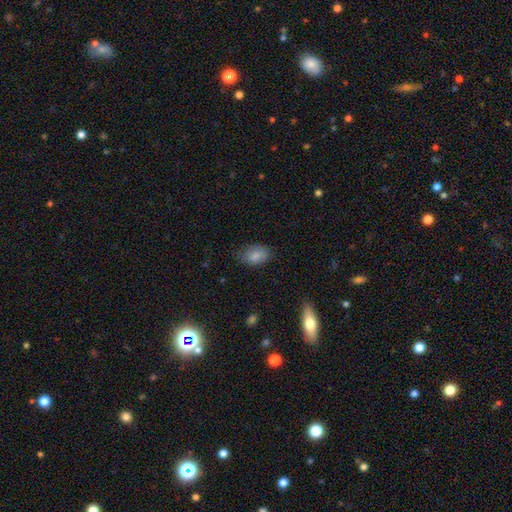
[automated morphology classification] Q: Smooth or featured?
A: smooth (85%); runner-up: featured or disk (8%)
Q: How rounded?
A: in between (90%); runner-up: round (8%)
Q: Merging?
A: none (73%); runner-up: minor disturbance (21%)